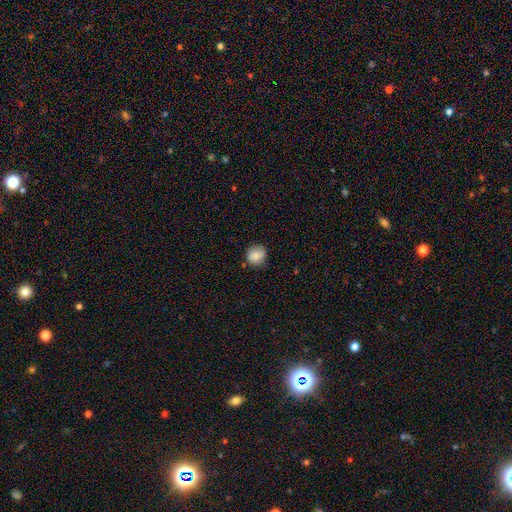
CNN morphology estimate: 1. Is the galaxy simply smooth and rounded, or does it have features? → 84% smooth, 8% star or artifact, 7% featured or disk.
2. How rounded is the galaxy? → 84% round, 15% in between, 1% cigar-shaped.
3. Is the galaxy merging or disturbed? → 80% none, 16% minor disturbance, 3% major disturbance, 2% merger.